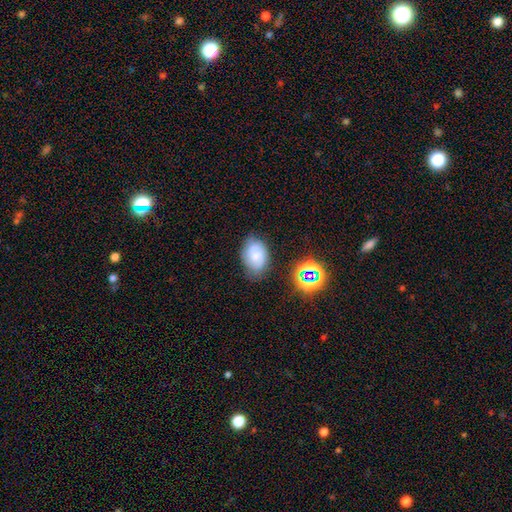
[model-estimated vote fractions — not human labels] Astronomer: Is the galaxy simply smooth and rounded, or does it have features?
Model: smooth — 60%.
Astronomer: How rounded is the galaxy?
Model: in between — 80%.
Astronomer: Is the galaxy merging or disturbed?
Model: none — 68%.